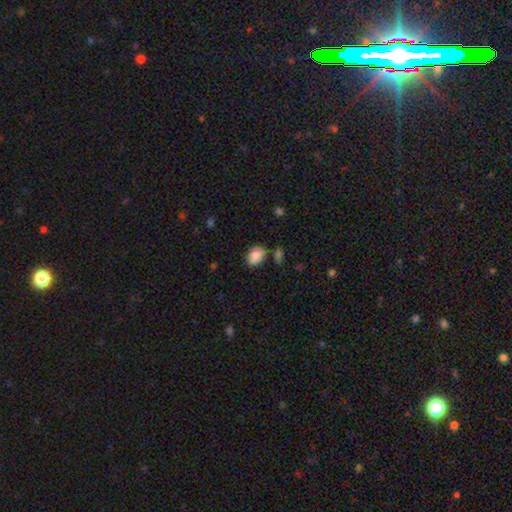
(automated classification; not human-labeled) Q: Smooth or featured?
A: smooth (87%); runner-up: star or artifact (8%)
Q: How rounded?
A: in between (79%); runner-up: round (20%)
Q: Merging?
A: none (68%); runner-up: minor disturbance (20%)